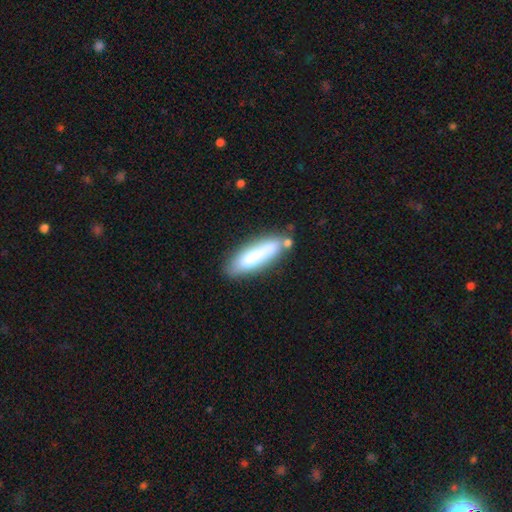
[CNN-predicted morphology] Smooth or featured: smooth — 69% (featured or disk — 24%)
How rounded: cigar-shaped — 66% (in between — 32%)
Merging: none — 67% (minor disturbance — 18%)